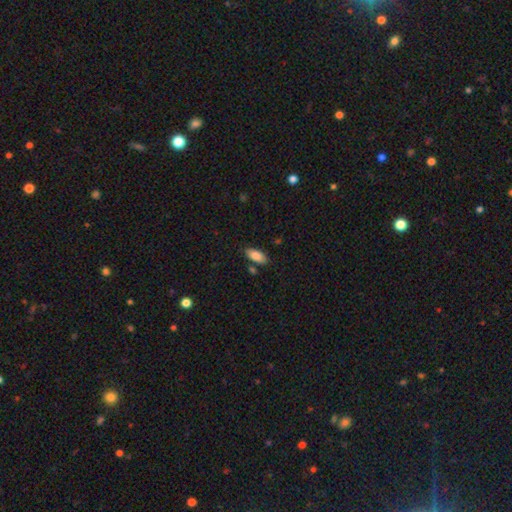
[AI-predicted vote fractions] This appears to be a smooth galaxy with no disk features (83%) that is in between round and cigar-shaped (88%). Merging: none (81%).